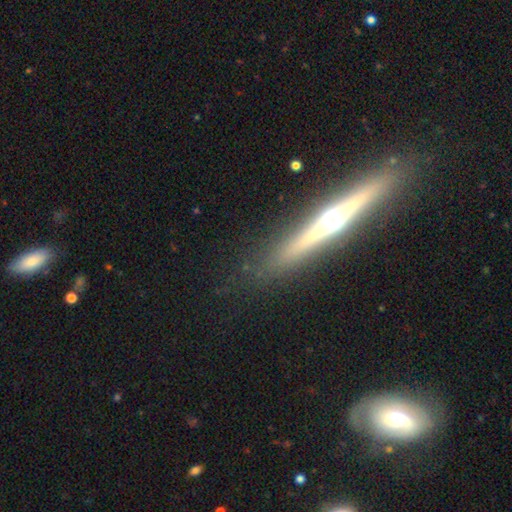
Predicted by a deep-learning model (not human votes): featured or disk 75%, smooth 17%, star or artifact 8%. Down the decision tree: edge-on disk — yes (96%); edge-on bulge — rounded (90%); merging — none (87%).